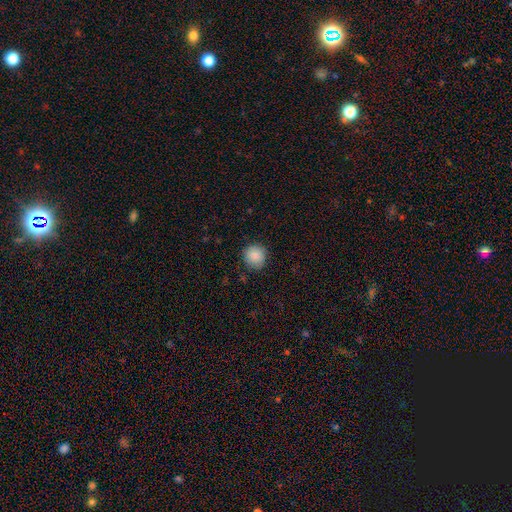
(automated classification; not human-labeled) Overall: smooth (88%). How rounded: round (90%). Merging: none (86%).